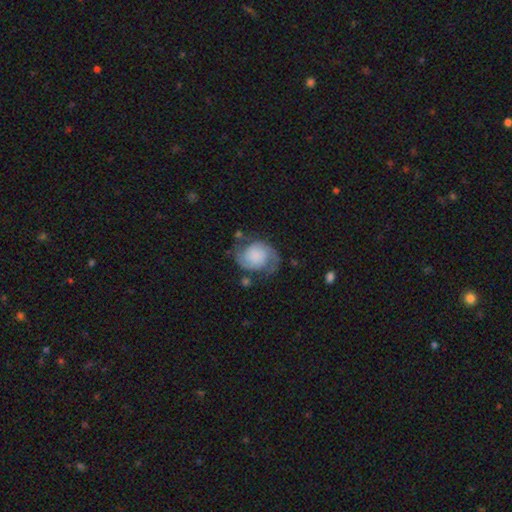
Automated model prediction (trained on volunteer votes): Smooth or featured?
  - featured or disk: 72% *
  - smooth: 21%
  - star or artifact: 7%
Edge-on disk?
  - no: 98% *
  - yes: 2%
Bar?
  - no: 73% *
  - weak: 22%
  - strong: 5%
Spiral arms?
  - yes: 94% *
  - no: 6%
Spiral winding?
  - medium: 45% *
  - tight: 28%
  - loose: 26%
Spiral arm count?
  - 2: 91% *
  - can't tell: 4%
  - 1: 2%
  - 3: 2%
  - 4: 1%
  - more than 4: 1%
Bulge size?
  - none: 42% *
  - small: 20%
  - large: 16%
  - dominant: 12%
  - moderate: 10%
Merging?
  - none: 64% *
  - minor disturbance: 21%
  - major disturbance: 11%
  - merger: 4%